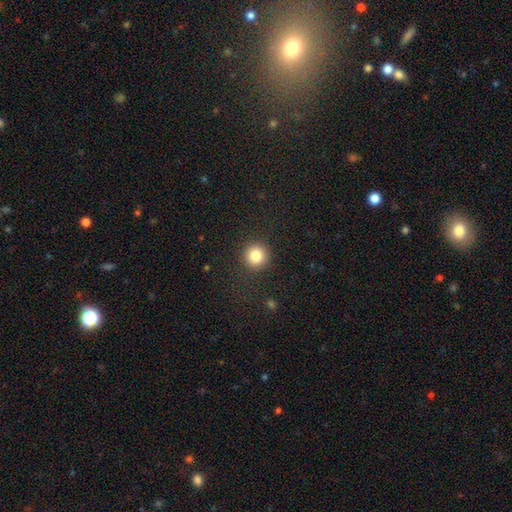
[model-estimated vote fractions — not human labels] A smooth galaxy with no disk features (84%) that is round (95%).

Vote fractions:
- Smooth or featured? smooth: 84% / star or artifact: 10% / featured or disk: 5%
- How rounded? round: 95% / in between: 4% / cigar-shaped: 1%
- Merging? none: 90% / minor disturbance: 6% / major disturbance: 3% / merger: 1%